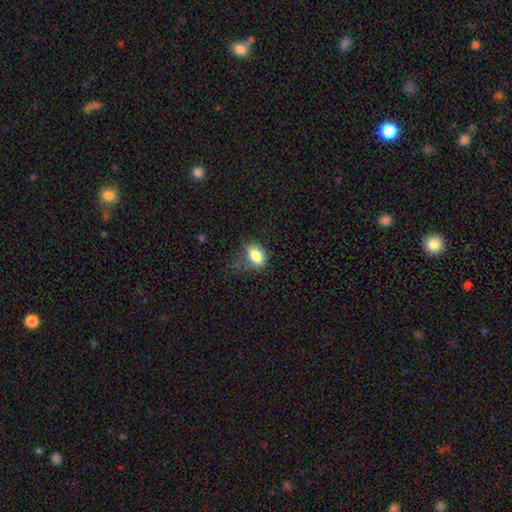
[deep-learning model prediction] Smooth or featured? smooth (80%)
How rounded? in between (84%)
Merging? none (52%)